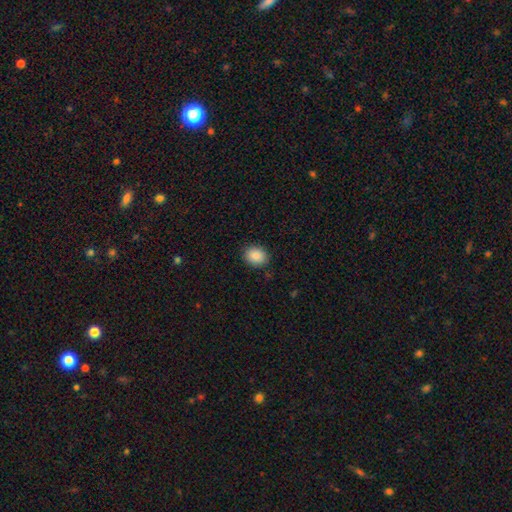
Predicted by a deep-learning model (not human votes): smooth 88%, star or artifact 8%, featured or disk 4%. Down the decision tree: how rounded — round (56%); merging — none (88%).